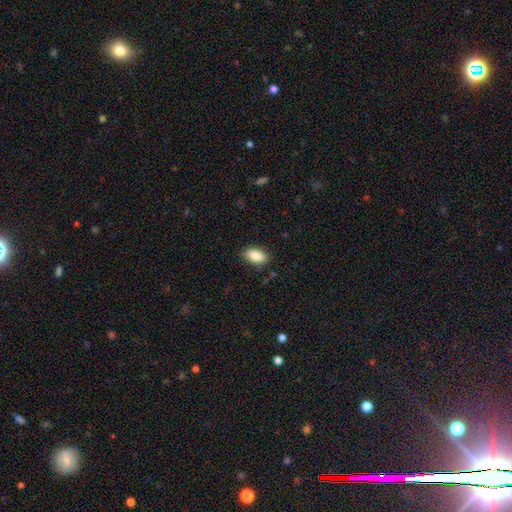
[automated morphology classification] type=smooth (86%); roundness=in between (92%); merging=none (85%).